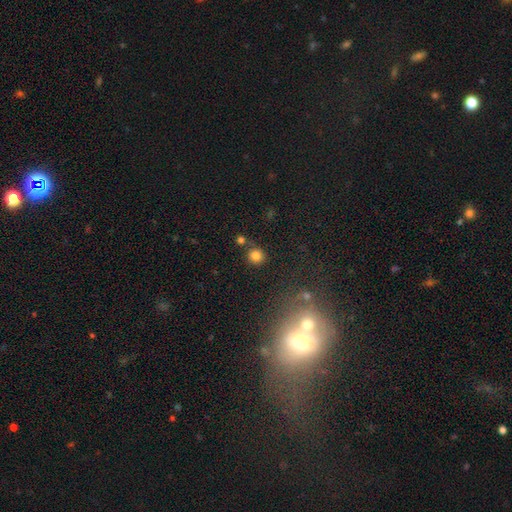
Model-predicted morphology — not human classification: Smooth or featured? Predicted: smooth (p=0.79). How rounded? Predicted: round (p=0.91). Merging? Predicted: none (p=0.76).